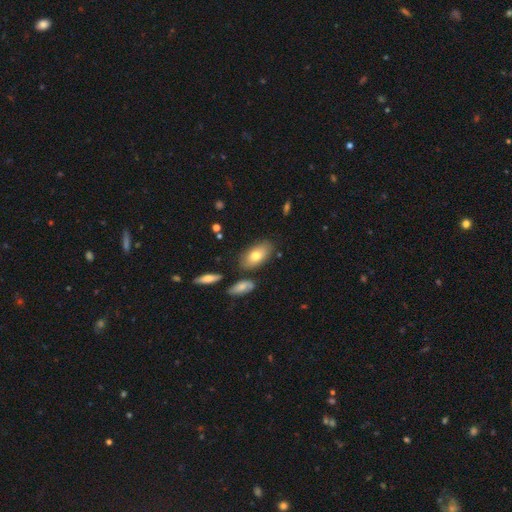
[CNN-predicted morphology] Q: Smooth or featured?
A: smooth (73%); runner-up: featured or disk (20%)
Q: How rounded?
A: in between (91%); runner-up: round (4%)
Q: Merging?
A: none (76%); runner-up: minor disturbance (15%)